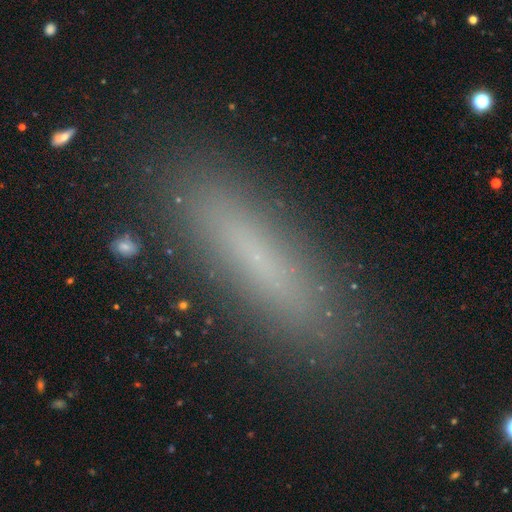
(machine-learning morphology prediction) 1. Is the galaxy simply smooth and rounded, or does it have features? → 66% smooth, 22% featured or disk, 12% star or artifact.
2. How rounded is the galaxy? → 81% cigar-shaped, 17% in between, 2% round.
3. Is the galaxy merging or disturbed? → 87% none, 9% minor disturbance, 3% major disturbance, 2% merger.